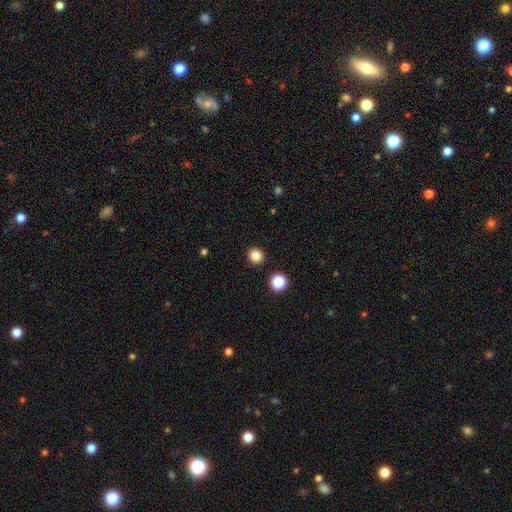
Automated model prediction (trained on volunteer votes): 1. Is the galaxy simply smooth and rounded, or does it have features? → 84% smooth, 12% star or artifact, 4% featured or disk.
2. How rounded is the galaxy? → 90% round, 9% in between, 1% cigar-shaped.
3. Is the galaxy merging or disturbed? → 92% none, 5% minor disturbance, 2% merger, 2% major disturbance.